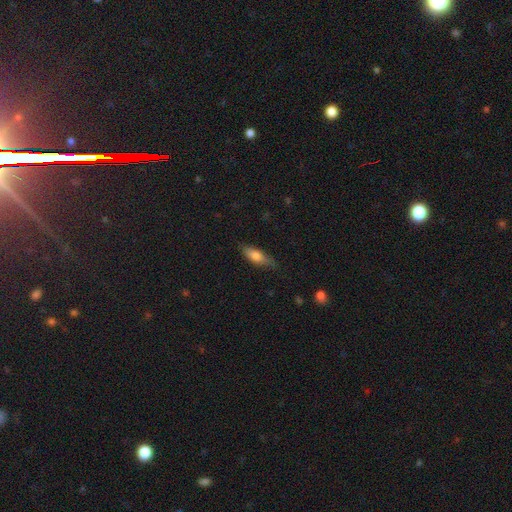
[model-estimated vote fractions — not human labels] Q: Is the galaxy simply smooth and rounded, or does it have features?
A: smooth — 72%.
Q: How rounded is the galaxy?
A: in between — 59%.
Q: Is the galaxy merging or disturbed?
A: none — 74%.